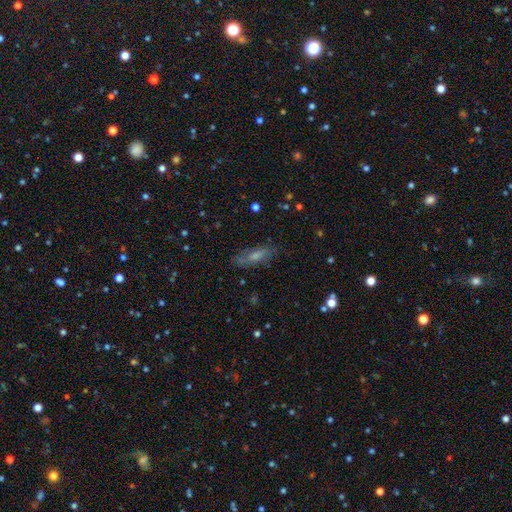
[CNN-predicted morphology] A smooth galaxy with no disk features (44%).

Vote fractions:
- Smooth or featured? smooth: 44% / featured or disk: 38% / star or artifact: 18%
- Merging? none: 79% / minor disturbance: 14% / major disturbance: 5% / merger: 2%